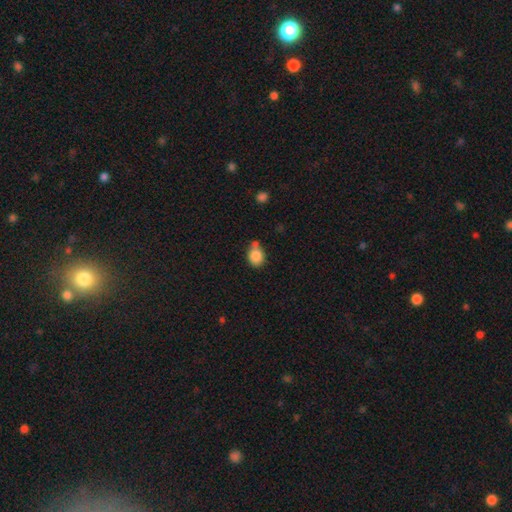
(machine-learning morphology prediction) type=smooth (85%); roundness=round (64%); merging=none (51%).